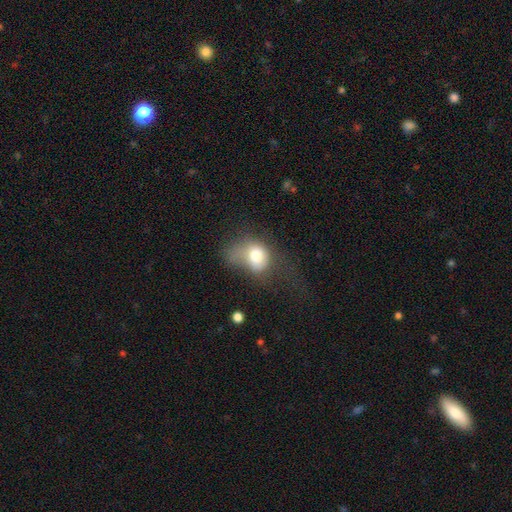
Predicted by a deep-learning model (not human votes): Smooth or featured?
  - smooth: 74% *
  - featured or disk: 16%
  - star or artifact: 10%
How rounded?
  - in between: 59% *
  - round: 40%
  - cigar-shaped: 1%
Merging?
  - major disturbance: 44% *
  - minor disturbance: 26%
  - none: 23%
  - merger: 7%